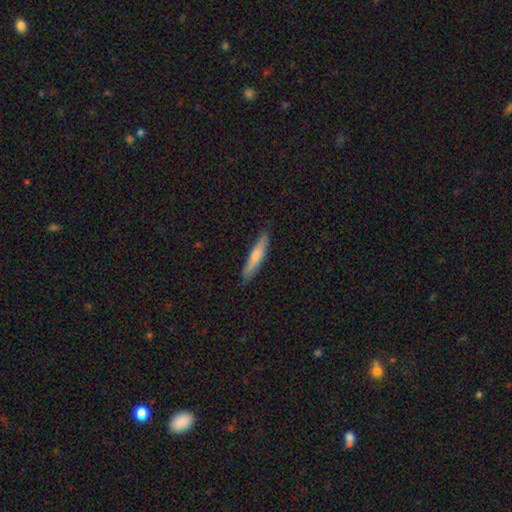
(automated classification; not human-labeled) A smooth galaxy with no disk features (49%).

Vote fractions:
- Smooth or featured? smooth: 49% / featured or disk: 43% / star or artifact: 9%
- Merging? none: 89% / minor disturbance: 8% / major disturbance: 2% / merger: 1%